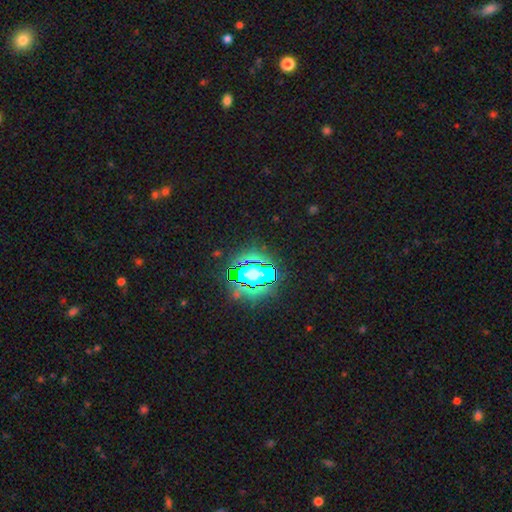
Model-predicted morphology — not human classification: Overall: star or artifact (79%).